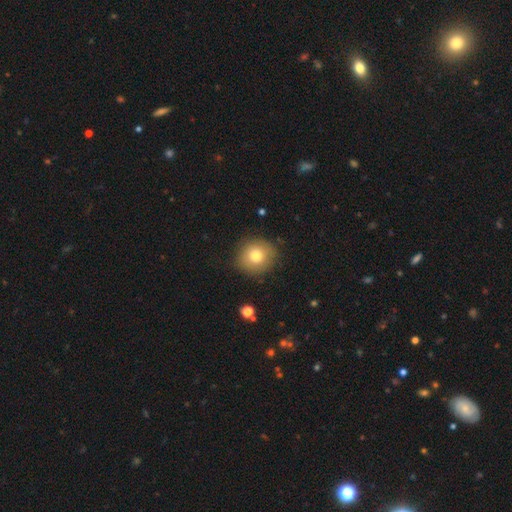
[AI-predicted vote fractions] A smooth galaxy with no disk features (77%) that is round (86%). Merging: none (84%).